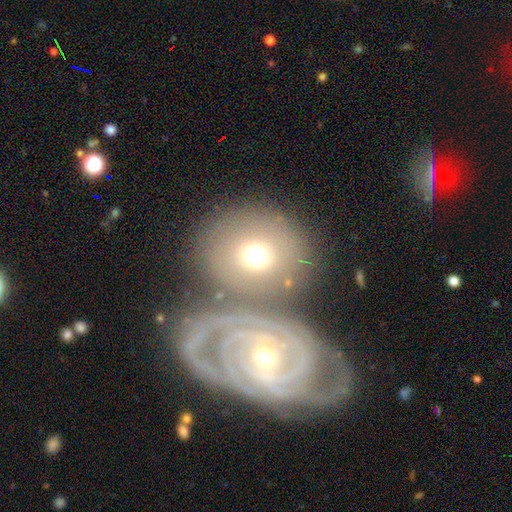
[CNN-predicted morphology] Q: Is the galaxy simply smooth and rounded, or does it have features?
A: smooth — 58%.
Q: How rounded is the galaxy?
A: round — 77%.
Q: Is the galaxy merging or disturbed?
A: none — 56%.